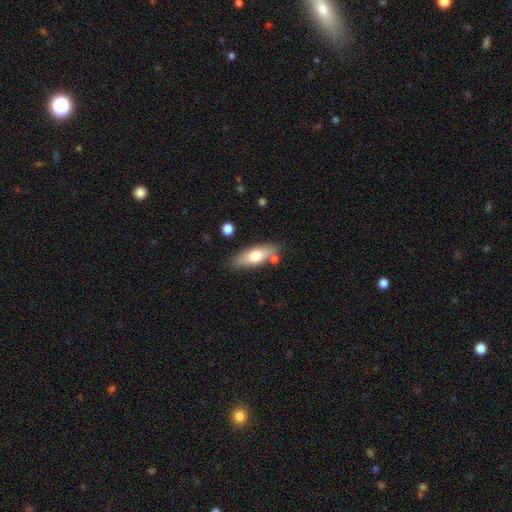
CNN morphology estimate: Q: Smooth or featured?
A: smooth (66%); runner-up: featured or disk (28%)
Q: How rounded?
A: in between (66%); runner-up: cigar-shaped (31%)
Q: Merging?
A: none (76%); runner-up: minor disturbance (14%)